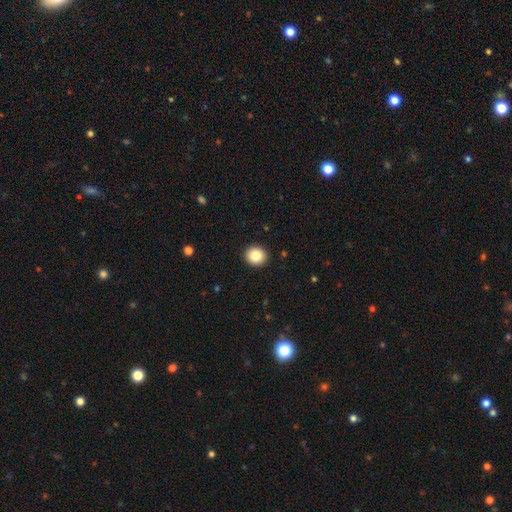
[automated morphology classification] Smooth or featured? smooth (84%)
How rounded? round (87%)
Merging? none (93%)